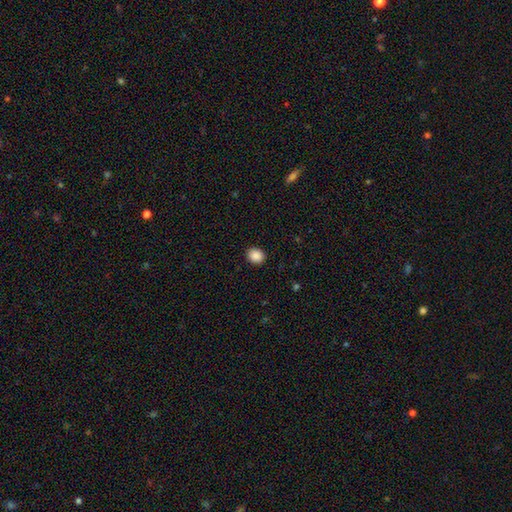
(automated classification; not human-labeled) Smooth or featured?
  - smooth: 88% *
  - star or artifact: 9%
  - featured or disk: 2%
How rounded?
  - round: 66% *
  - in between: 33%
  - cigar-shaped: 1%
Merging?
  - none: 91% *
  - minor disturbance: 6%
  - major disturbance: 2%
  - merger: 1%